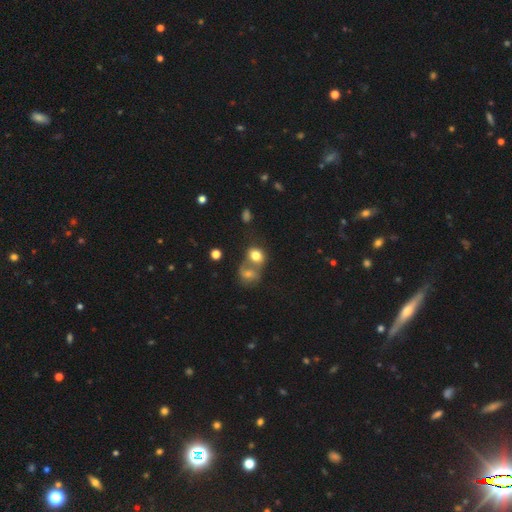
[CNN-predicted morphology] The model was most divided on "how rounded": round: 61%, in between: 38%, cigar-shaped: 1%. More confident: smooth or featured — smooth (75%); merging — merger (55%).